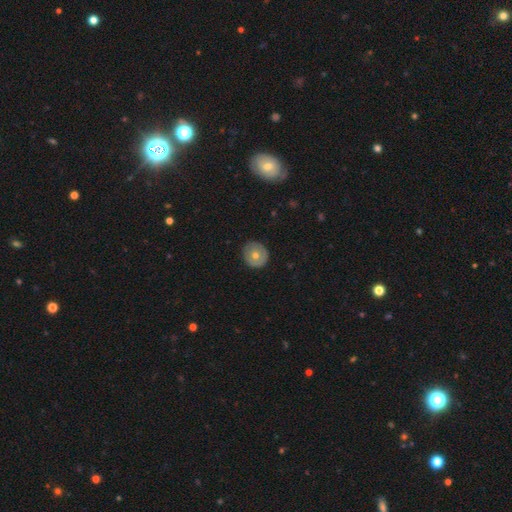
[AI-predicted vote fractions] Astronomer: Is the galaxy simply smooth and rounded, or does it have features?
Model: smooth — 60%.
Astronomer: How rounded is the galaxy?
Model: round — 88%.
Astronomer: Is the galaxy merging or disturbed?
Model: none — 85%.